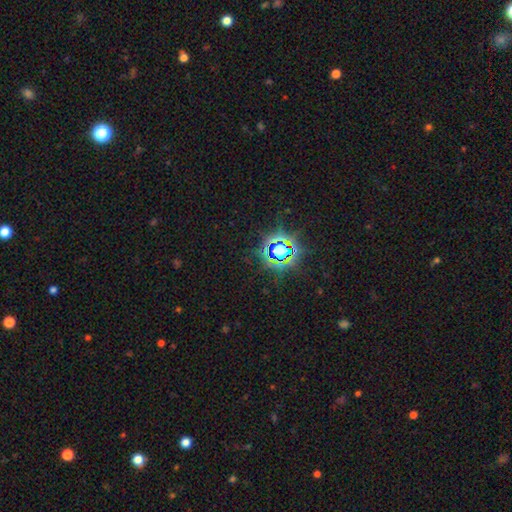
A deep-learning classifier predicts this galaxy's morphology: Smooth or featured? Predicted: star or artifact (p=0.79).